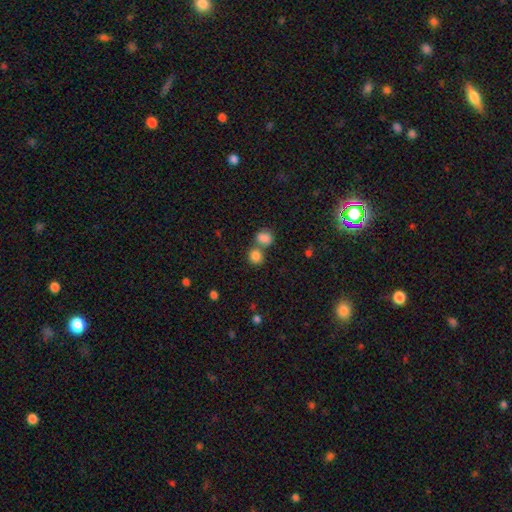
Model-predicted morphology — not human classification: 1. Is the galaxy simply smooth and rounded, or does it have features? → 83% smooth, 11% star or artifact, 6% featured or disk.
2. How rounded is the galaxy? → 76% round, 22% in between, 1% cigar-shaped.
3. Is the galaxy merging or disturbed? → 49% none, 40% merger, 8% minor disturbance, 3% major disturbance.